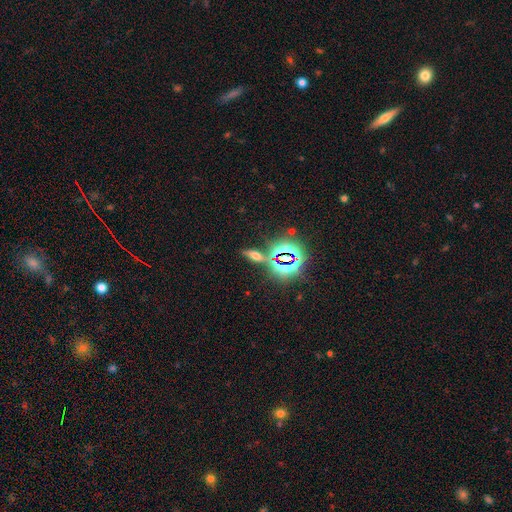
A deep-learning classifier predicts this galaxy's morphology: The model was most divided on "smooth or featured" (2-way tie): star or artifact: 36%, smooth: 36%, featured or disk: 28%.